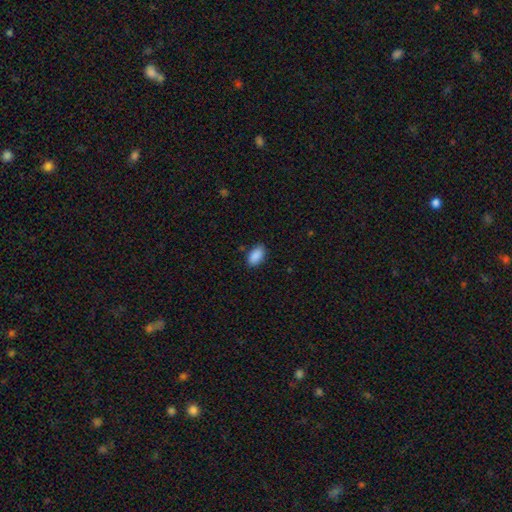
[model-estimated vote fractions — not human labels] Smooth or featured? Predicted: smooth (p=0.90). How rounded? Predicted: in between (p=0.94). Merging? Predicted: none (p=0.85).